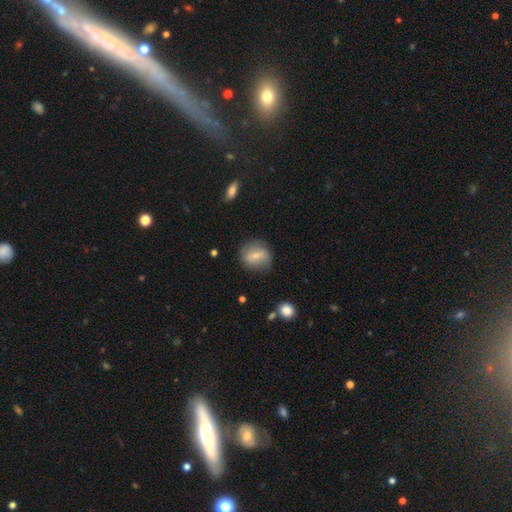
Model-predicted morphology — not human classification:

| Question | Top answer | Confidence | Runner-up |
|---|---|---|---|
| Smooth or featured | smooth | 55% | featured or disk (37%) |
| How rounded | round | 69% | in between (28%) |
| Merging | none | 76% | minor disturbance (16%) |